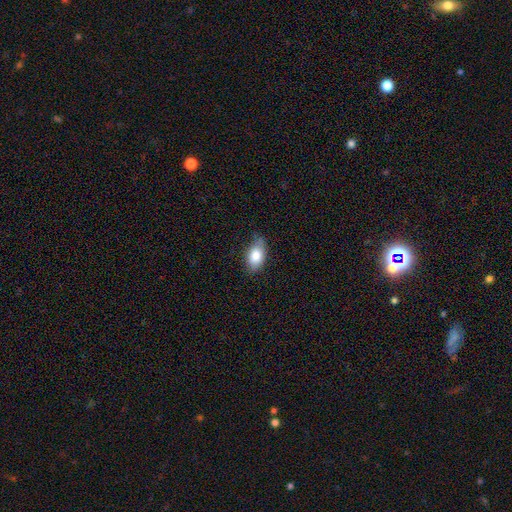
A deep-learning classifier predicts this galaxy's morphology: The model was most divided on "merging": none: 73%, minor disturbance: 22%, major disturbance: 3%, merger: 1%. More confident: how rounded — in between (91%); smooth or featured — smooth (82%).